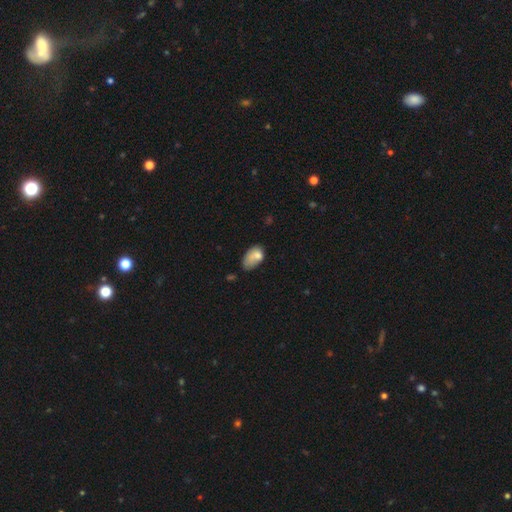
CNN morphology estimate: Smooth or featured: smooth — 74% (featured or disk — 17%)
How rounded: in between — 89% (round — 9%)
Merging: minor disturbance — 37% (none — 30%)